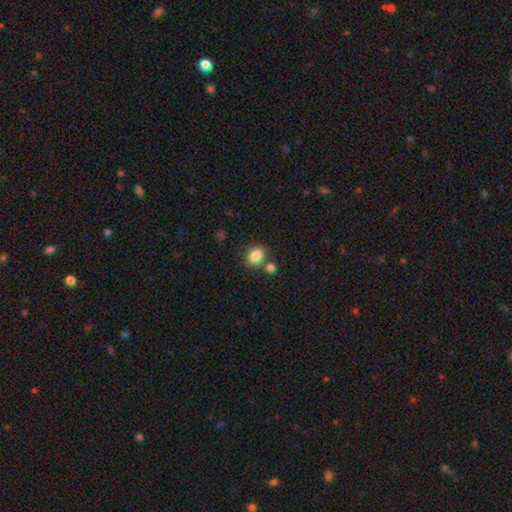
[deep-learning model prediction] smooth_or_featured: smooth (p=0.85) [alt: star or artifact p=0.10]
how_rounded: in between (p=0.55) [alt: round p=0.44]
merging: none (p=0.69) [alt: merger p=0.16]